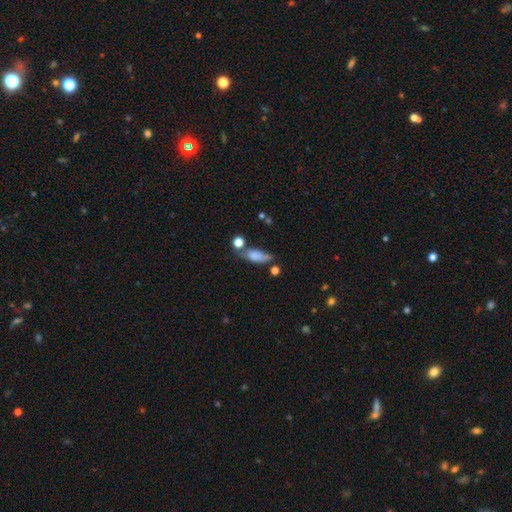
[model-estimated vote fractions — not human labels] smooth 74%, featured or disk 16%, star or artifact 10%. Down the decision tree: how rounded — in between (70%); merging — none (46%).